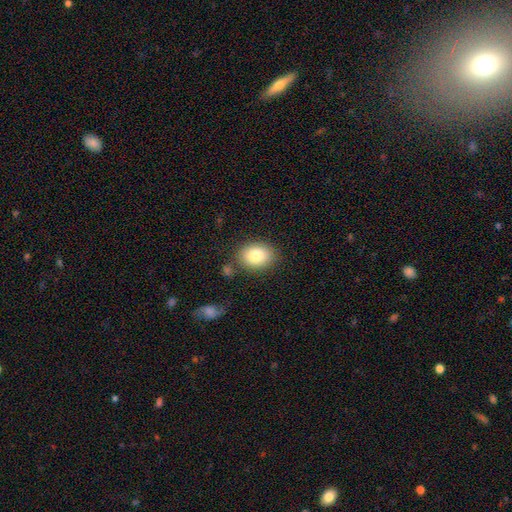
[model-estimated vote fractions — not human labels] Morphology: type=smooth (82%); roundness=in between (63%); merging=none (80%).